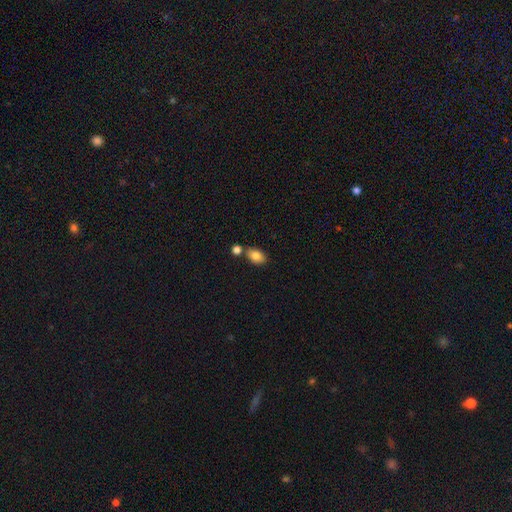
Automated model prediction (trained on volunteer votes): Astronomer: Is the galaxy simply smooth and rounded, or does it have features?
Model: smooth — 83%.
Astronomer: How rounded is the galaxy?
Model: in between — 85%.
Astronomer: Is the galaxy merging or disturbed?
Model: none — 66%.